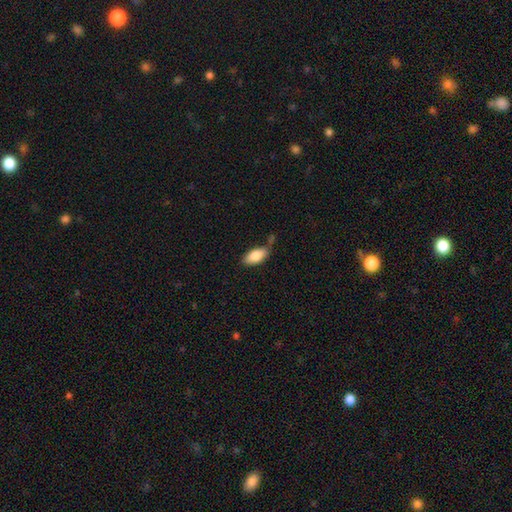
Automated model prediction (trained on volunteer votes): smooth_or_featured: smooth (p=0.84) [alt: featured or disk p=0.10]
how_rounded: in between (p=0.91) [alt: cigar-shaped p=0.06]
merging: none (p=0.59) [alt: minor disturbance p=0.23]